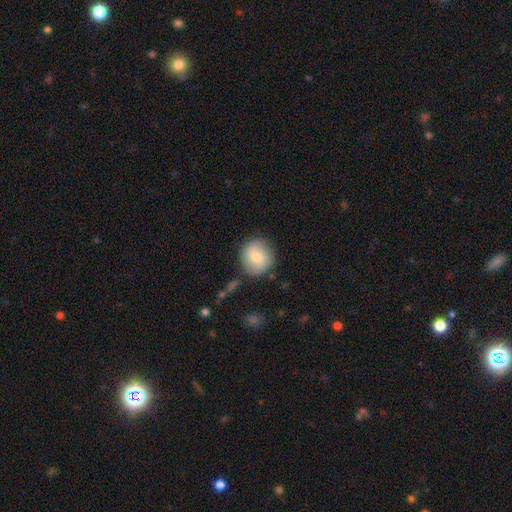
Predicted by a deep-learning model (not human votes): smooth 76%, featured or disk 17%, star or artifact 7%. Down the decision tree: how rounded — round (90%); merging — none (82%).